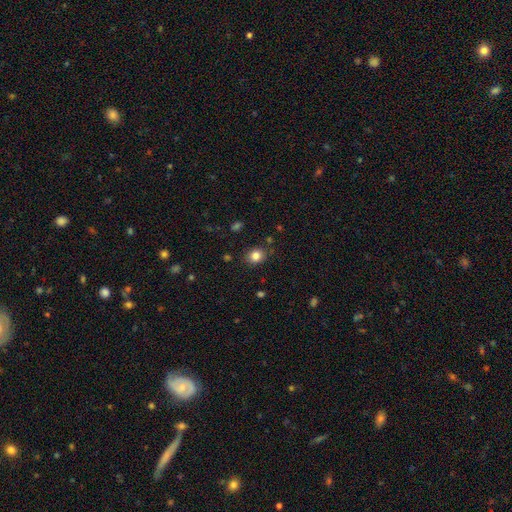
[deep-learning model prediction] smooth_or_featured: smooth (p=0.83) [alt: star or artifact p=0.11]
how_rounded: round (p=0.61) [alt: in between p=0.38]
merging: none (p=0.84) [alt: minor disturbance p=0.11]